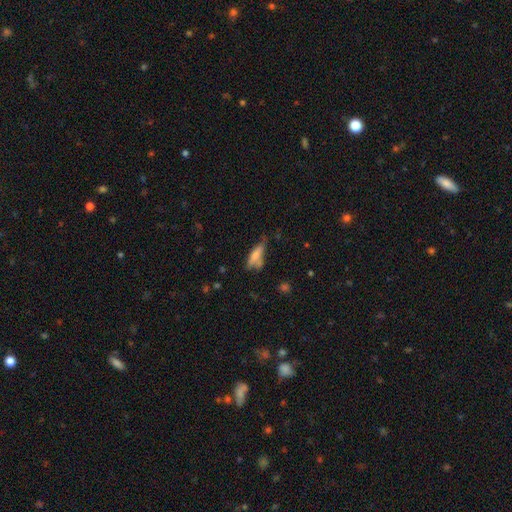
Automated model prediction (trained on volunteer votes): Overall: smooth (66%). How rounded: cigar-shaped (55%; in between 43%). Merging: none (43%; minor disturbance 28%).